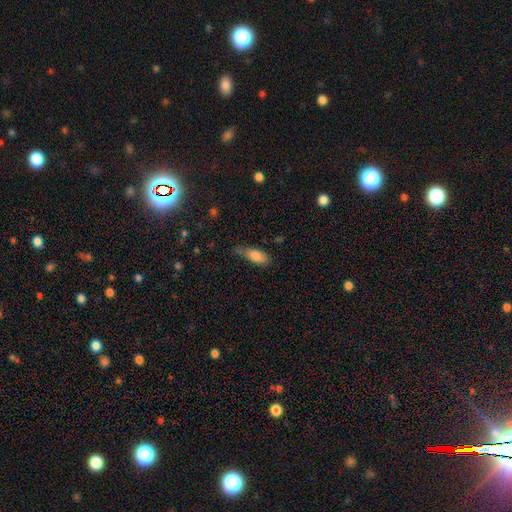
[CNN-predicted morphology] Smooth or featured: smooth — 81% (featured or disk — 12%)
How rounded: in between — 76% (cigar-shaped — 21%)
Merging: none — 45% (minor disturbance — 39%)